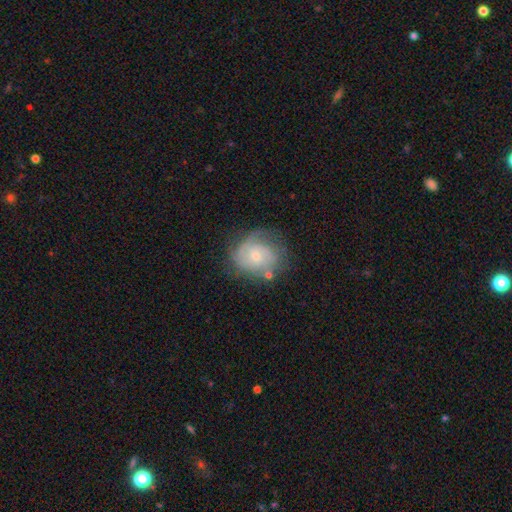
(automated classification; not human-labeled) The model was most divided on "spiral arm count": 2: 35%, can't tell: 32%, 3: 15%, 1: 11%, 4: 4%, more than 4: 3%. More confident: edge-on disk — no (98%); spiral arms — yes (88%); bar — no (70%); smooth or featured — featured or disk (69%); merging — none (60%); bulge size — small (57%); spiral winding — tight (52%).